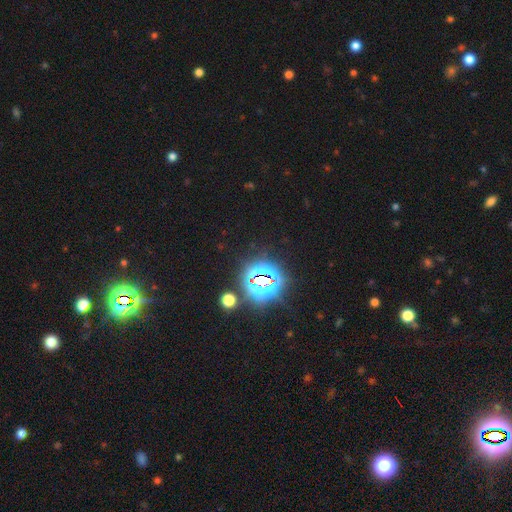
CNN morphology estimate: smooth-or-featured: star or artifact: 82% | smooth: 13% | featured or disk: 6%